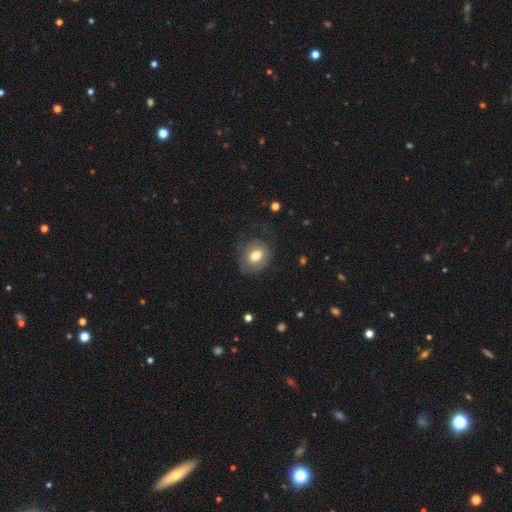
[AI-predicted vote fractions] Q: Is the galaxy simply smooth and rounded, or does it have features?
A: smooth — 61%.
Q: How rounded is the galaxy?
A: in between — 61%.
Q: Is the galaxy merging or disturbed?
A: none — 60%.